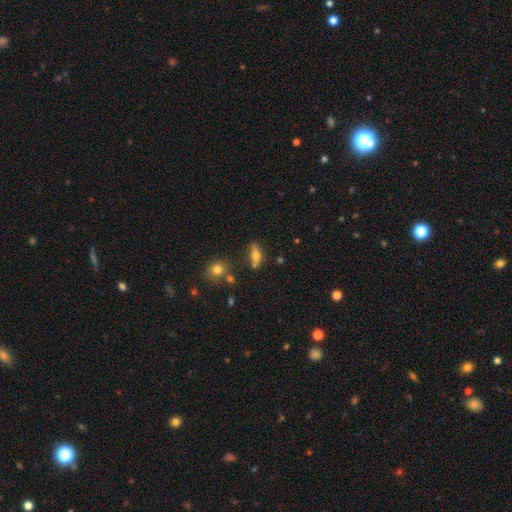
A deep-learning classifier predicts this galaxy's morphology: Overall: smooth (65%). How rounded: in between (67%). Merging: none (67%).